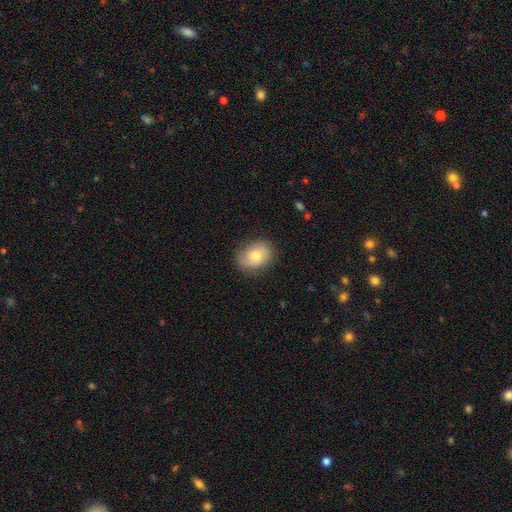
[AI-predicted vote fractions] Smooth or featured? Predicted: smooth (p=0.68). How rounded? Predicted: in between (p=0.62). Merging? Predicted: none (p=0.80).